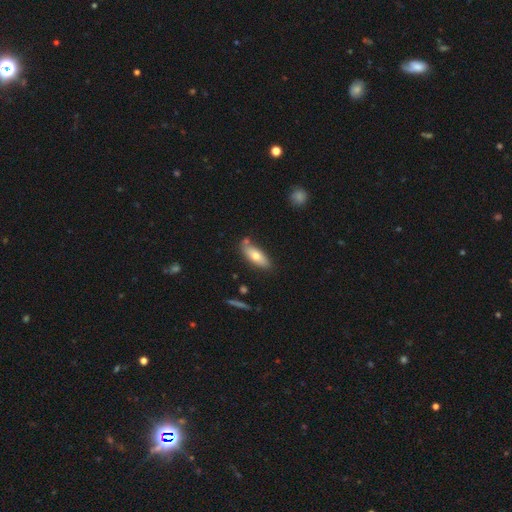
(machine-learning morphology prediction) Smooth or featured? smooth (69%)
How rounded? in between (71%)
Merging? none (73%)